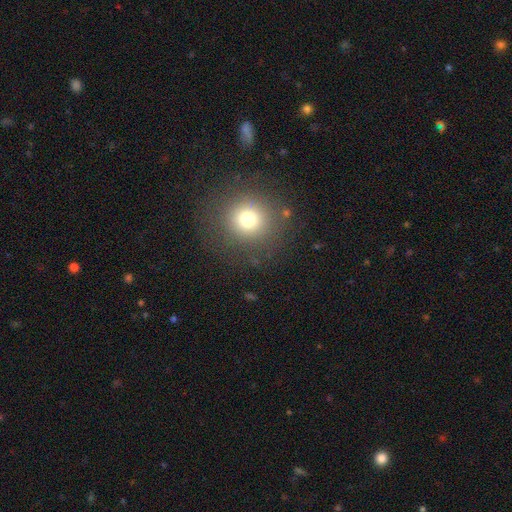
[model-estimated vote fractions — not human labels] smooth_or_featured: smooth (p=0.65) [alt: star or artifact p=0.26]
how_rounded: round (p=0.93) [alt: in between p=0.06]
merging: none (p=0.90) [alt: minor disturbance p=0.06]